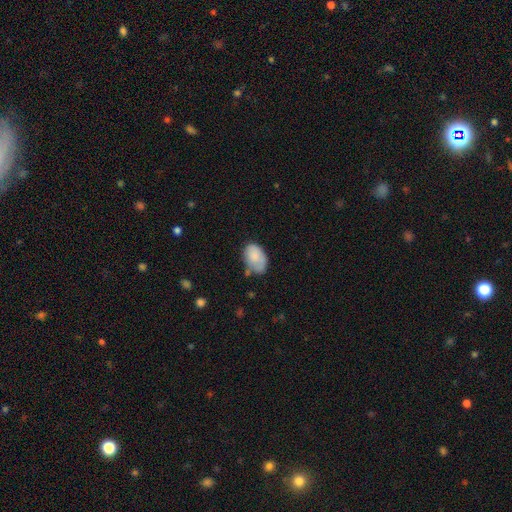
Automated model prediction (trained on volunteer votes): Smooth or featured? smooth (81%)
How rounded? in between (88%)
Merging? none (49%)